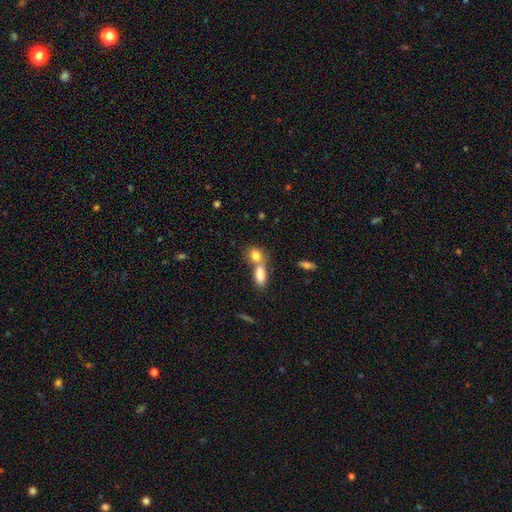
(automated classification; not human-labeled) smooth_or_featured: smooth (p=0.81) [alt: featured or disk p=0.11]
how_rounded: in between (p=0.59) [alt: round p=0.37]
merging: merger (p=0.55) [alt: none p=0.34]